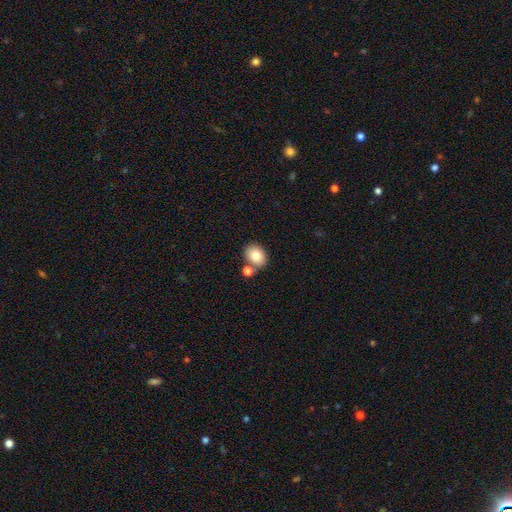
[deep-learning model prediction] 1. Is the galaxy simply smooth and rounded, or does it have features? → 80% smooth, 11% featured or disk, 9% star or artifact.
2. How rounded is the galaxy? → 54% in between, 45% round, 1% cigar-shaped.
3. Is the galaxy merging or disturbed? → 64% none, 22% merger, 11% minor disturbance, 3% major disturbance.